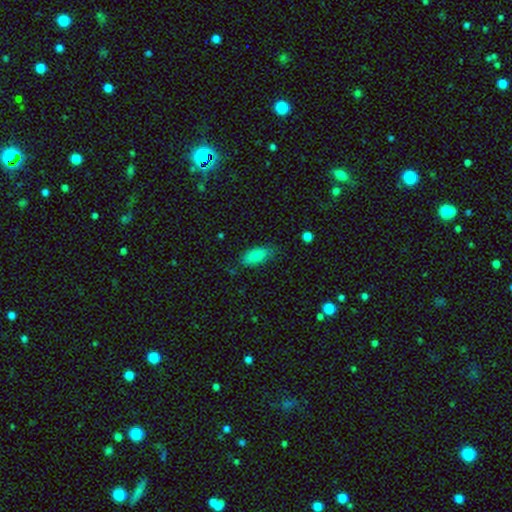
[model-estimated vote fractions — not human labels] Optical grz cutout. It shows a smooth galaxy with no disk features (85%) that is in between round and cigar-shaped (87%). Merging: none (73%).